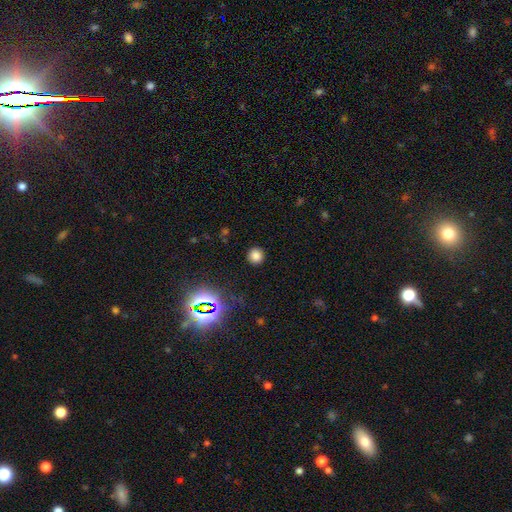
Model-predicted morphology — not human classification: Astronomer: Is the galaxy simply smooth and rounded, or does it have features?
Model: smooth — 78%.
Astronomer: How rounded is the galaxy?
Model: round — 92%.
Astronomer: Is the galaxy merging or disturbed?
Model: none — 90%.